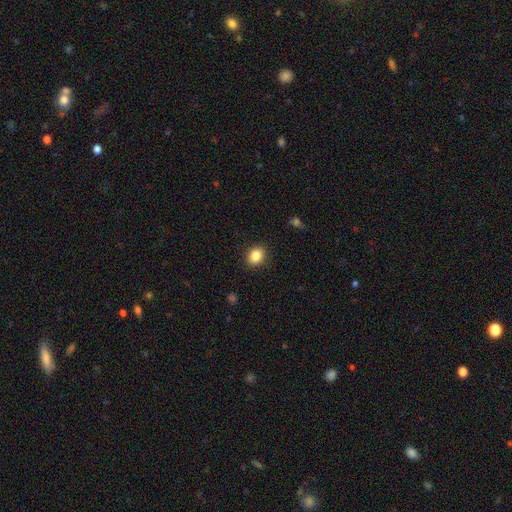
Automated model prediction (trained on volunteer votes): Smooth or featured?
  - smooth: 85% *
  - star or artifact: 9%
  - featured or disk: 5%
How rounded?
  - round: 54% *
  - in between: 45%
  - cigar-shaped: 1%
Merging?
  - none: 90% *
  - minor disturbance: 7%
  - major disturbance: 2%
  - merger: 1%